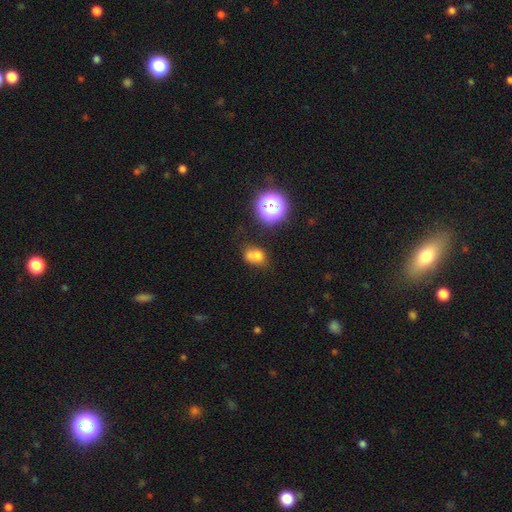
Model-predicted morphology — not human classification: The model was most divided on "how rounded": round: 54%, in between: 45%, cigar-shaped: 1%. Remaining: smooth or featured — smooth (67%); merging — merger (45%).